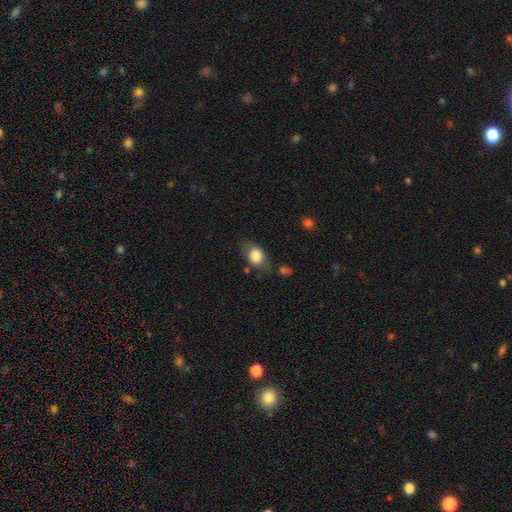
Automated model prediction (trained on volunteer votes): Smooth or featured? smooth (78%)
How rounded? in between (74%)
Merging? none (66%)